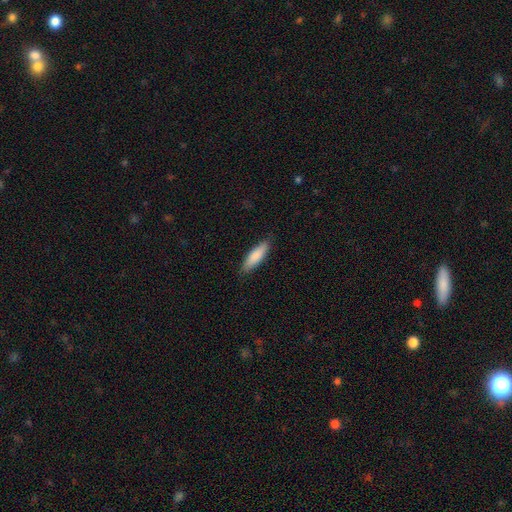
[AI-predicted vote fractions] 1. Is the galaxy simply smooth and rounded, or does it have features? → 85% smooth, 10% featured or disk, 5% star or artifact.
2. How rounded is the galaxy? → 57% cigar-shaped, 42% in between, 1% round.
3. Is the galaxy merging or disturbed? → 86% none, 11% minor disturbance, 2% major disturbance, 1% merger.